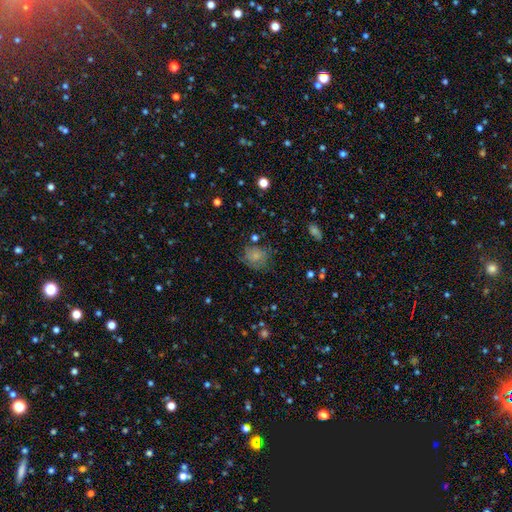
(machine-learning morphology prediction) smooth-or-featured: smooth: 65% | featured or disk: 22% | star or artifact: 13%
  how-rounded: round: 70% | in between: 29% | cigar-shaped: 1%
  merging: none: 60% | minor disturbance: 24% | major disturbance: 13% | merger: 4%